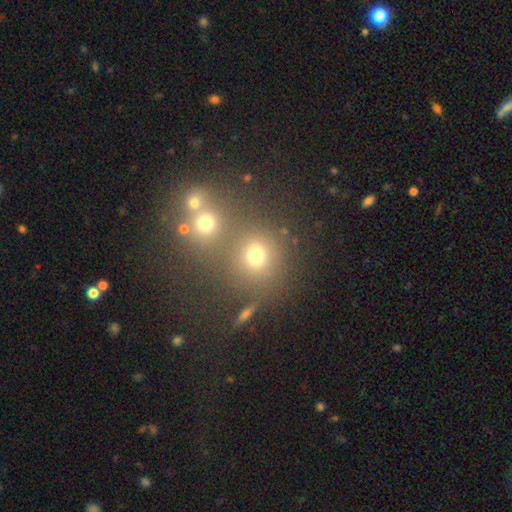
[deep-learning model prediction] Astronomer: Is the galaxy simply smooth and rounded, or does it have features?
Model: smooth — 71%.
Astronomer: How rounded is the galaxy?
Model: round — 83%.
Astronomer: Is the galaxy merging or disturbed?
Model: none — 61%.